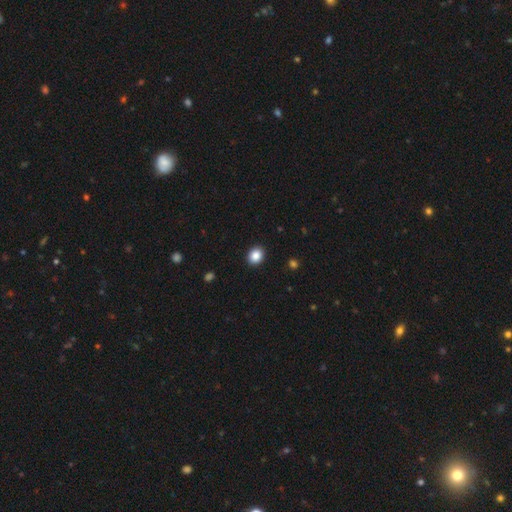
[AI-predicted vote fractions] Smooth or featured?
  - smooth: 87% *
  - star or artifact: 9%
  - featured or disk: 4%
How rounded?
  - round: 57% *
  - in between: 43%
  - cigar-shaped: 1%
Merging?
  - none: 92% *
  - minor disturbance: 6%
  - major disturbance: 2%
  - merger: 1%